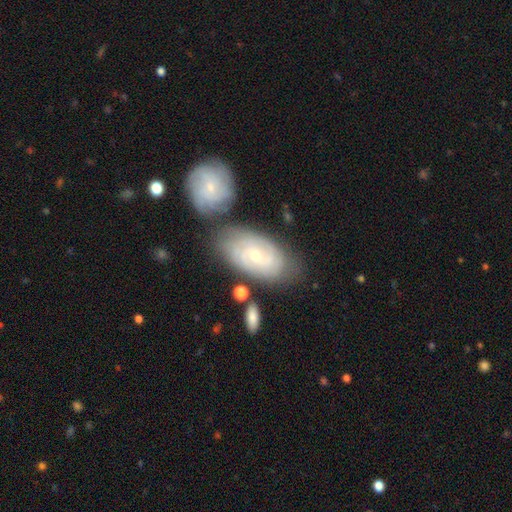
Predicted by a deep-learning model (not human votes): The model was most divided on "spiral arm count": can't tell: 42%, 2: 32%, 3: 13%, 4: 6%, more than 4: 3%, 1: 3%. More confident: edge-on disk — no (94%); spiral arms — yes (88%); smooth or featured — featured or disk (71%); spiral winding — tight (66%); merging — none (64%); bar — no (63%); bulge size — small (62%).